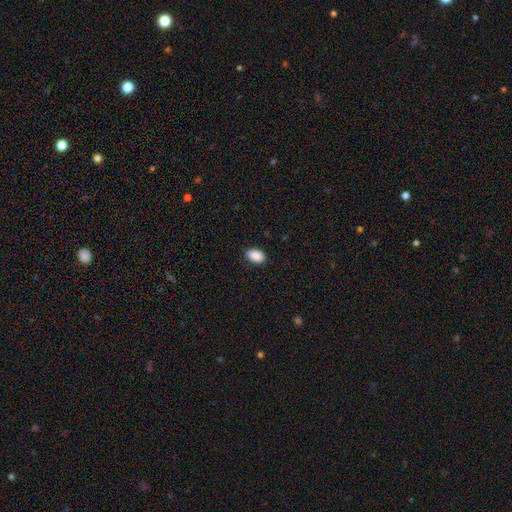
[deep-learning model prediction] Smooth or featured: smooth — 90% (star or artifact — 7%)
How rounded: in between — 90% (round — 9%)
Merging: none — 85% (minor disturbance — 12%)